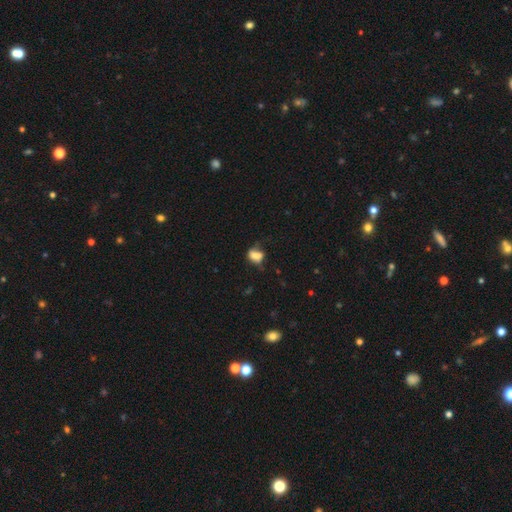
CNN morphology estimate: Smooth or featured?
  - smooth: 67% *
  - featured or disk: 21%
  - star or artifact: 12%
How rounded?
  - in between: 75% *
  - round: 21%
  - cigar-shaped: 3%
Merging?
  - none: 32% *
  - major disturbance: 30%
  - minor disturbance: 29%
  - merger: 8%